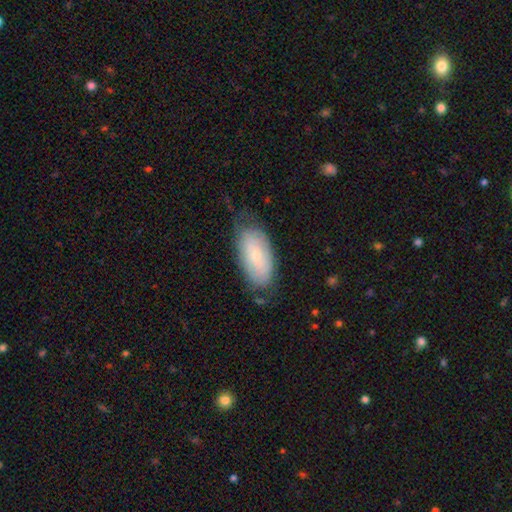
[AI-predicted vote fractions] This is likely a smooth galaxy (63%). How rounded: clearly in between (92%). Merging: likely none (64%).